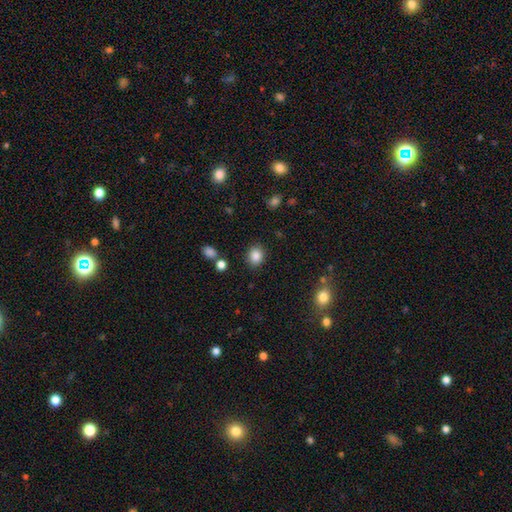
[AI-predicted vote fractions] A smooth galaxy with no disk features (85%) that is round (62%). Merging: none (86%).